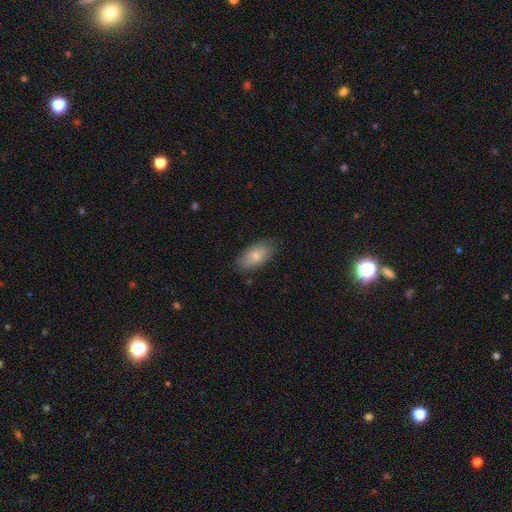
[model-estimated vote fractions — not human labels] Smooth or featured: smooth — 79% (featured or disk — 15%)
How rounded: in between — 92% (cigar-shaped — 5%)
Merging: none — 80% (minor disturbance — 16%)